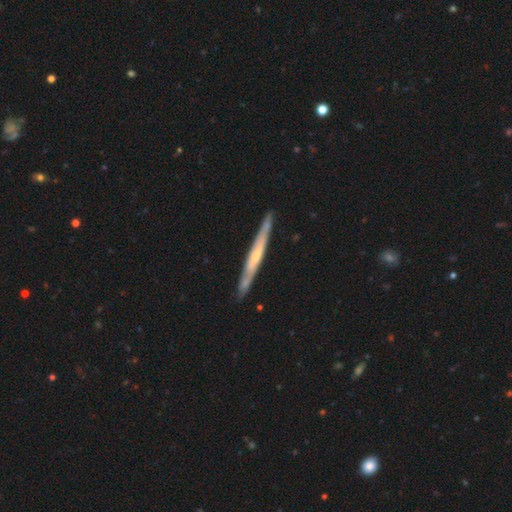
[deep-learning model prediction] Q: Smooth or featured?
A: featured or disk (61%); runner-up: smooth (34%)
Q: Edge-on disk?
A: yes (93%); runner-up: no (7%)
Q: Edge-on bulge?
A: none (61%); runner-up: rounded (27%)
Q: Merging?
A: none (87%); runner-up: minor disturbance (10%)